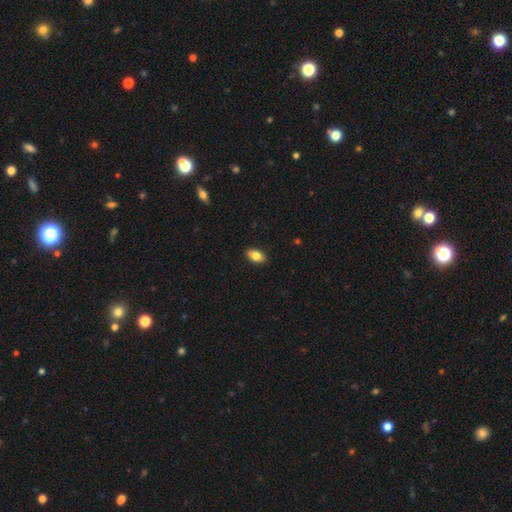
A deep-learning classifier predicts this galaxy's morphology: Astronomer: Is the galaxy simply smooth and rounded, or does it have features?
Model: smooth — 83%.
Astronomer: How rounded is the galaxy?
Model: in between — 90%.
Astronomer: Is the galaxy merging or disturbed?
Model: none — 89%.